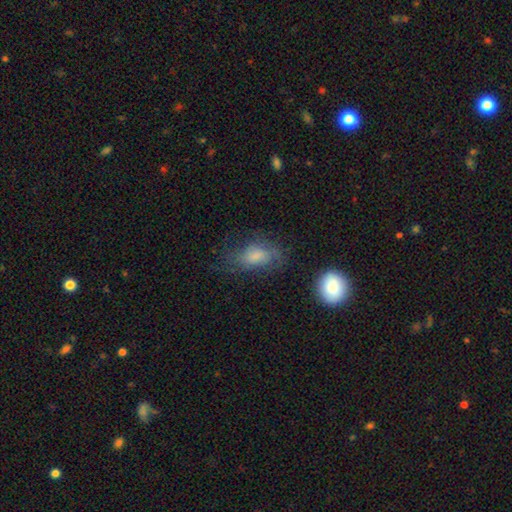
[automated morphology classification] Smooth or featured?
  - smooth: 68% *
  - featured or disk: 22%
  - star or artifact: 11%
How rounded?
  - in between: 84% *
  - round: 10%
  - cigar-shaped: 7%
Merging?
  - none: 56% *
  - minor disturbance: 24%
  - major disturbance: 16%
  - merger: 3%